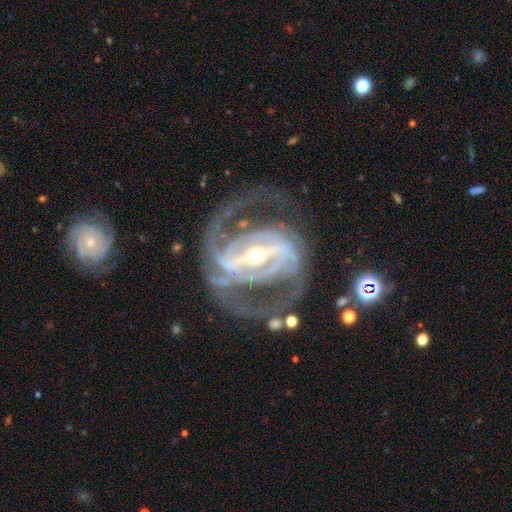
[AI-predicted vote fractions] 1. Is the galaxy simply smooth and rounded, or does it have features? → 93% featured or disk, 5% star or artifact, 2% smooth.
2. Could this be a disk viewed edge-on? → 97% no, 3% yes.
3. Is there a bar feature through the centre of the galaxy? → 79% strong, 16% weak, 5% no.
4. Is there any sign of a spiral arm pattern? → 98% yes, 2% no.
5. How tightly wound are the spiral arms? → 52% medium, 35% tight, 13% loose.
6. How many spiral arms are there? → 70% 2, 13% 3, 6% can't tell, 4% 4, 3% 1, 3% more than 4.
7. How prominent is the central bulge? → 51% small, 45% moderate, 3% large, 1% dominant, 1% none.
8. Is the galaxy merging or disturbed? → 66% none, 16% major disturbance, 15% minor disturbance, 3% merger.